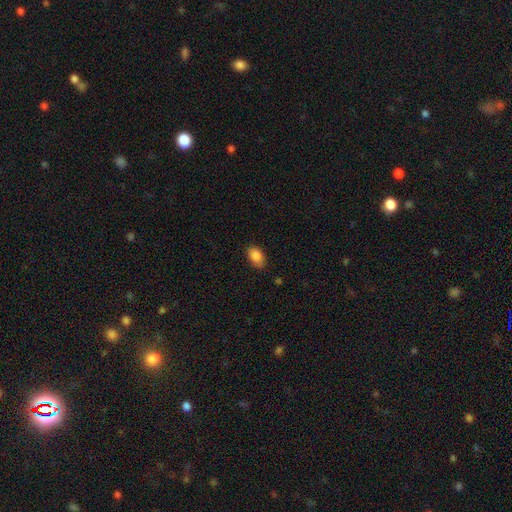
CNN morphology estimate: A smooth galaxy with no disk features (88%) that is in between round and cigar-shaped (89%).

Vote fractions:
- Smooth or featured? smooth: 88% / star or artifact: 8% / featured or disk: 5%
- How rounded? in between: 89% / round: 9% / cigar-shaped: 2%
- Merging? none: 81% / minor disturbance: 15% / major disturbance: 3% / merger: 1%